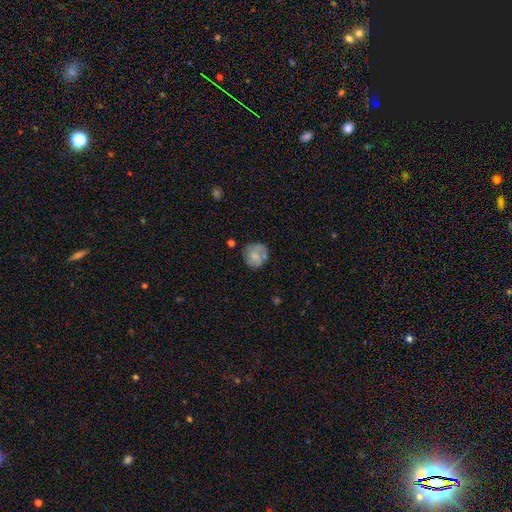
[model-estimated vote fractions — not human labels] Overall: smooth (64%; featured or disk 28%). How rounded: round (82%). Merging: none (58%; minor disturbance 23%).